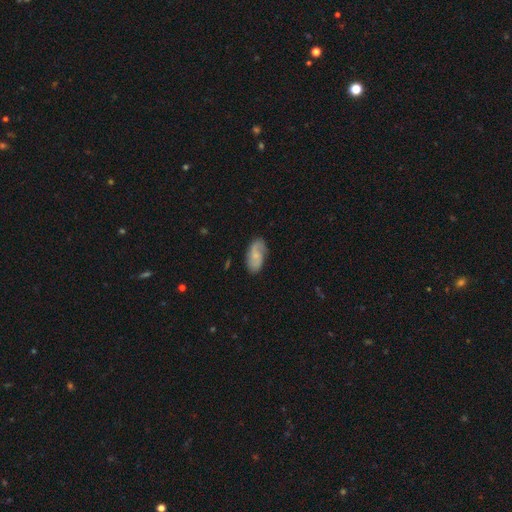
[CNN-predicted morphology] Smooth or featured? Predicted: featured or disk (p=0.51). Edge-on disk? Predicted: no (p=0.95). Merging? Predicted: none (p=0.76).